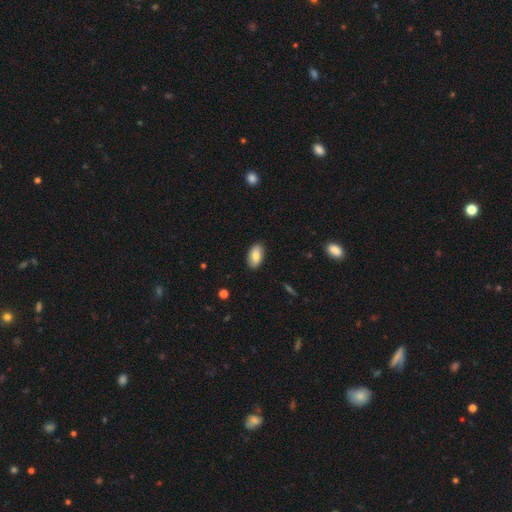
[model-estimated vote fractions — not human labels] Overall: smooth (79%). How rounded: in between (94%). Merging: none (88%).